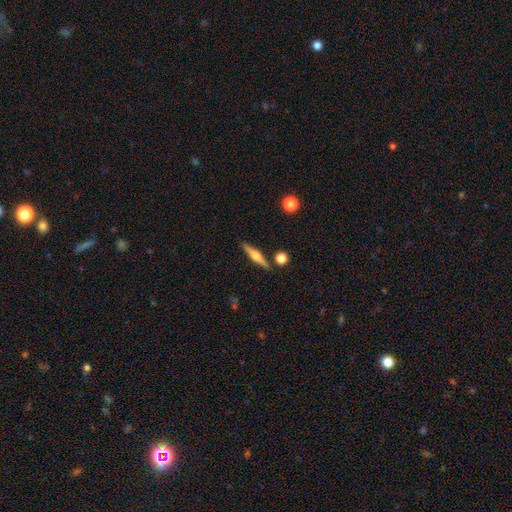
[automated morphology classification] This appears to be a featured or disk galaxy (68%) viewed edge-on (97%) with a rounded central bulge (89%). Merging: none (86%).